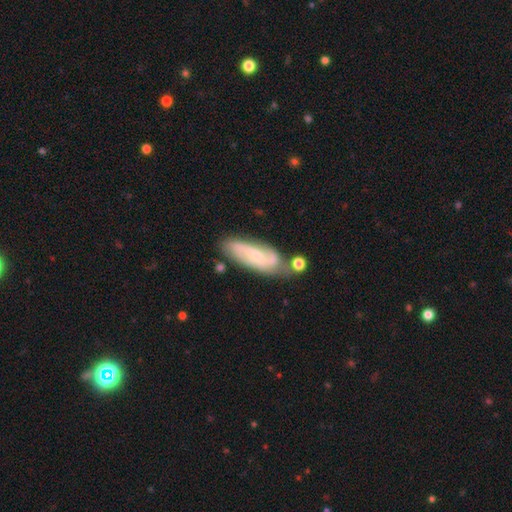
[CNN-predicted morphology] Smooth or featured: featured or disk — 65% (smooth — 29%)
Edge-on disk: no — 85% (yes — 15%)
Bar: no — 48% (weak — 40%)
Spiral arms: yes — 89% (no — 11%)
Bulge size: small — 62% (moderate — 28%)
Merging: none — 59% (minor disturbance — 21%)